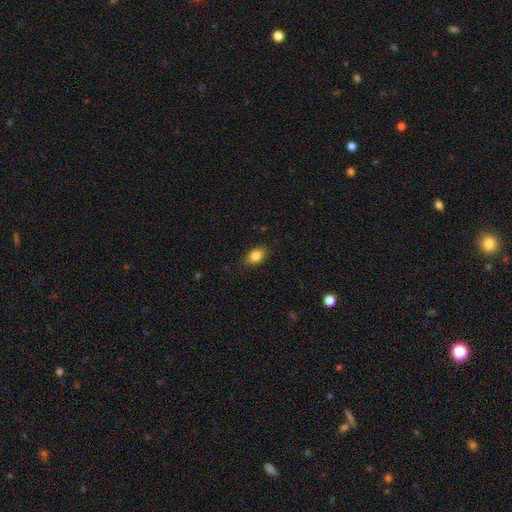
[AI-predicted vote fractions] Overall: smooth (84%). How rounded: in between (81%). Merging: none (85%).